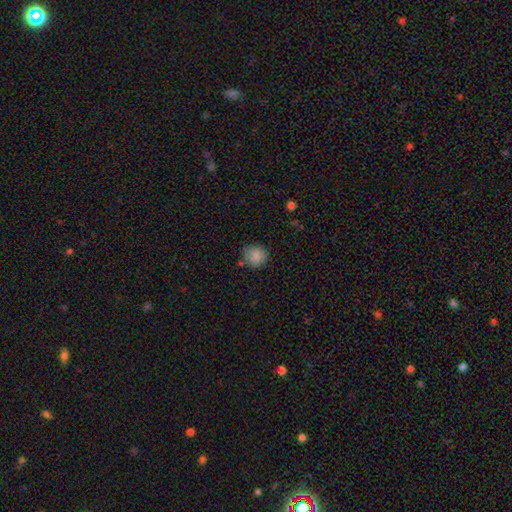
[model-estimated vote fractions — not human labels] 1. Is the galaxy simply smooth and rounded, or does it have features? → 87% smooth, 9% star or artifact, 4% featured or disk.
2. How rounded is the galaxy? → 89% round, 10% in between, 1% cigar-shaped.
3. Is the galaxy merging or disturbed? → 75% none, 16% minor disturbance, 5% merger, 3% major disturbance.